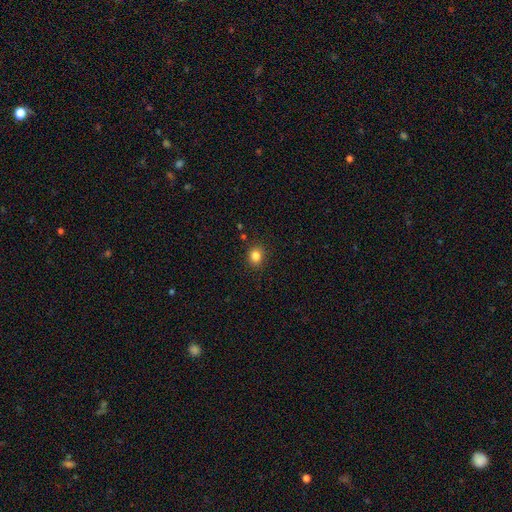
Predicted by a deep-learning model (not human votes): smooth-or-featured: smooth: 83% | star or artifact: 12% | featured or disk: 5%
  how-rounded: round: 67% | in between: 32% | cigar-shaped: 1%
  merging: none: 88% | minor disturbance: 8% | major disturbance: 2% | merger: 1%